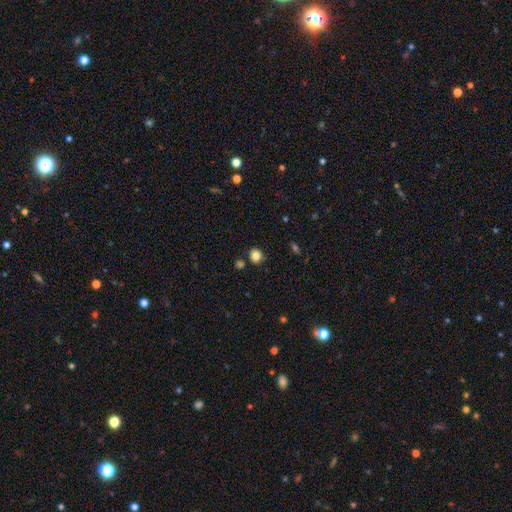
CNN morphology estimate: Smooth or featured? smooth (84%)
How rounded? round (85%)
Merging? none (86%)